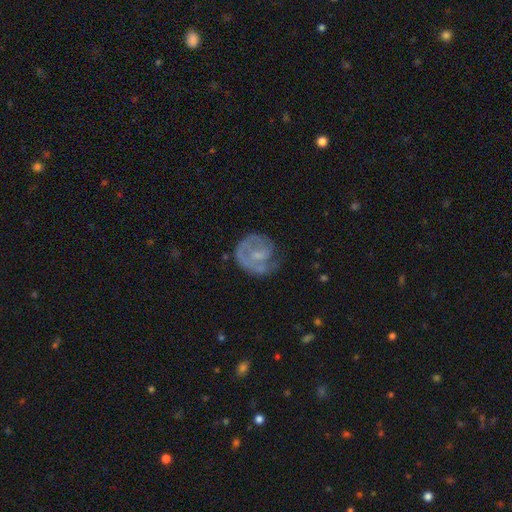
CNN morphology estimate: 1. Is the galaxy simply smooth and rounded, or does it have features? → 65% featured or disk, 28% smooth, 7% star or artifact.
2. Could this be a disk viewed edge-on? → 98% no, 2% yes.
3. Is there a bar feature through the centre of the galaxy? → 57% no, 36% weak, 7% strong.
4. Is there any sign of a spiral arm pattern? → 74% yes, 26% no.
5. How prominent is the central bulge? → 42% small, 29% none, 25% moderate, 2% large, 1% dominant.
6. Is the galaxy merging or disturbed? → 54% none, 23% minor disturbance, 20% major disturbance, 2% merger.